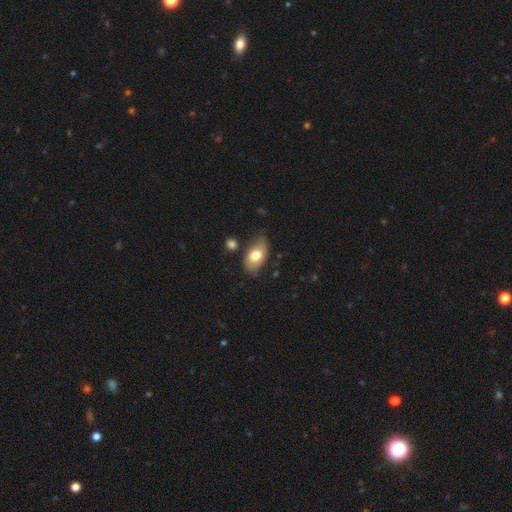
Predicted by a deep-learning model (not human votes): Smooth or featured?
  - smooth: 72% *
  - featured or disk: 21%
  - star or artifact: 7%
How rounded?
  - in between: 91% *
  - round: 6%
  - cigar-shaped: 2%
Merging?
  - none: 70% *
  - minor disturbance: 22%
  - major disturbance: 5%
  - merger: 4%